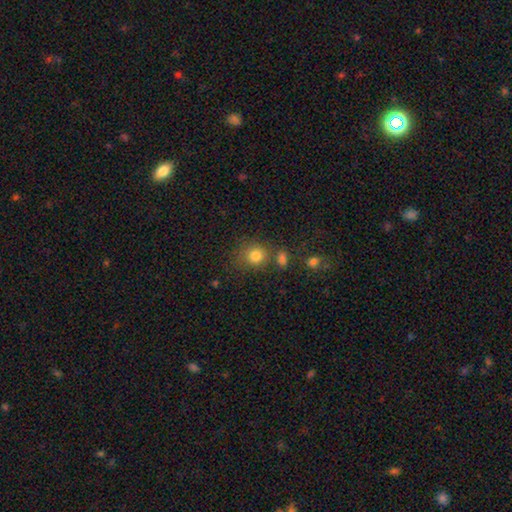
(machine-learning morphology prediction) A smooth galaxy with no disk features (82%) that is round (82%).

Vote fractions:
- Smooth or featured? smooth: 82% / star or artifact: 12% / featured or disk: 7%
- How rounded? round: 82% / in between: 18% / cigar-shaped: 1%
- Merging? none: 66% / merger: 15% / minor disturbance: 13% / major disturbance: 6%